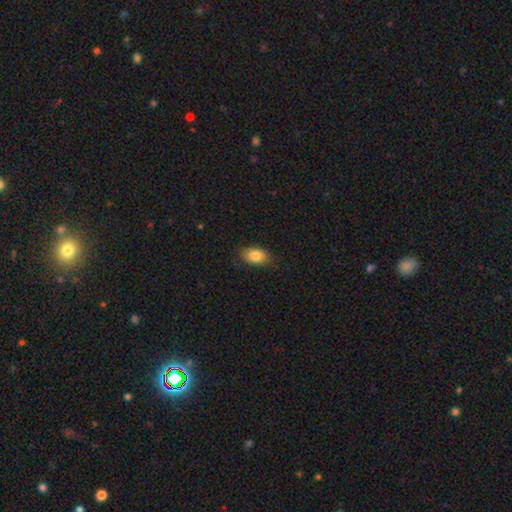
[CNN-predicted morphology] Smooth or featured?
  - smooth: 84% *
  - featured or disk: 8%
  - star or artifact: 8%
How rounded?
  - in between: 87% *
  - round: 11%
  - cigar-shaped: 2%
Merging?
  - none: 83% *
  - minor disturbance: 14%
  - major disturbance: 3%
  - merger: 1%